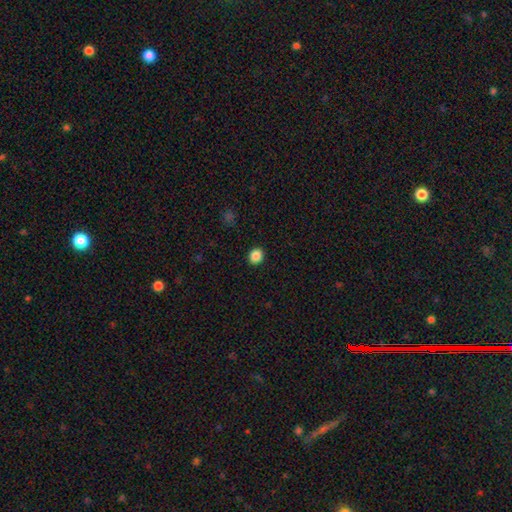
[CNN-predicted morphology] Smooth or featured?
  - smooth: 87% *
  - star or artifact: 10%
  - featured or disk: 3%
How rounded?
  - round: 74% *
  - in between: 25%
  - cigar-shaped: 1%
Merging?
  - none: 92% *
  - minor disturbance: 5%
  - major disturbance: 2%
  - merger: 1%